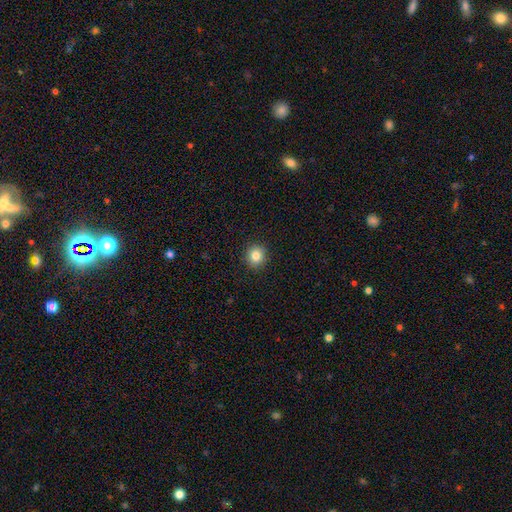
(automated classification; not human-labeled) Smooth or featured: smooth — 83% (star or artifact — 11%)
How rounded: round — 90% (in between — 9%)
Merging: none — 93% (minor disturbance — 5%)